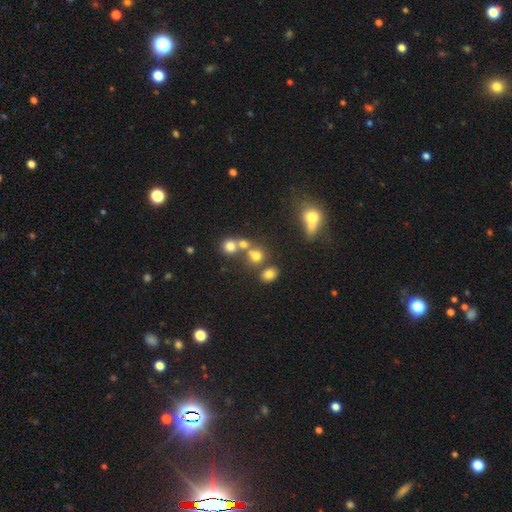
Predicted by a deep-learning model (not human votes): A smooth galaxy with no disk features (69%) that is round (76%).

Vote fractions:
- Smooth or featured? smooth: 69% / star or artifact: 18% / featured or disk: 13%
- How rounded? round: 76% / in between: 22% / cigar-shaped: 1%
- Merging? none: 53% / merger: 33% / minor disturbance: 9% / major disturbance: 5%